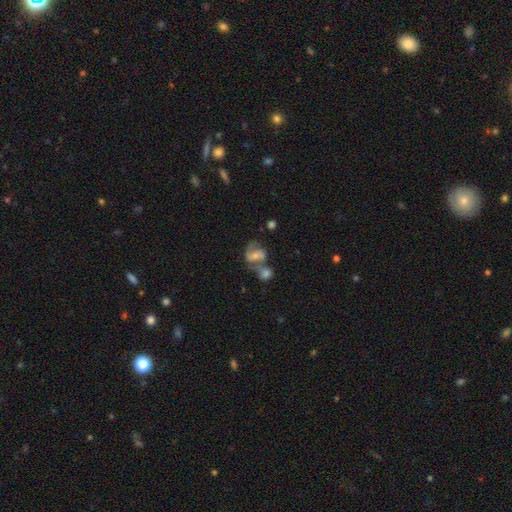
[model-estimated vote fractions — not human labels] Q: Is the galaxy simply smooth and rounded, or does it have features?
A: featured or disk — 58%.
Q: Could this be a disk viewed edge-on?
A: no — 97%.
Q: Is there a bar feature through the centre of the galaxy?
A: no — 44%.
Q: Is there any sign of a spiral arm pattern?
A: yes — 78%.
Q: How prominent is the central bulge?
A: small — 45%.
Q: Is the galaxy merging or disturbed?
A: merger — 53%.